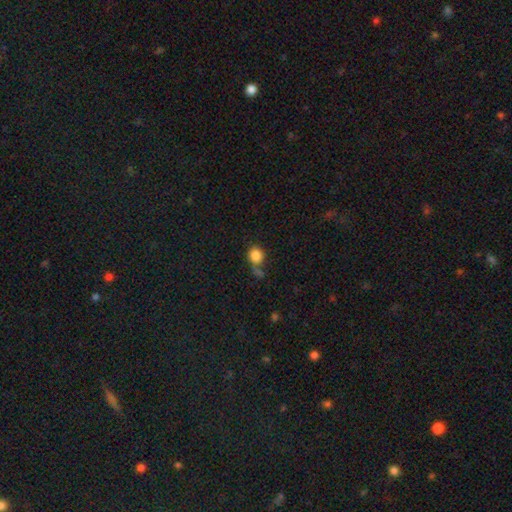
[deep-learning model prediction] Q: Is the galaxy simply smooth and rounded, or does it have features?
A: smooth — 84%.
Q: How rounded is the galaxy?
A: round — 77%.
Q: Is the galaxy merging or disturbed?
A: none — 55%.